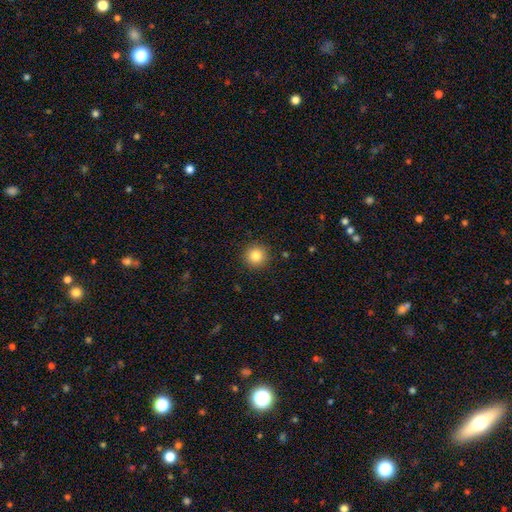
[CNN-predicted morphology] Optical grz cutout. It shows a smooth galaxy with no disk features (84%) that is round (95%). Merging: none (92%).